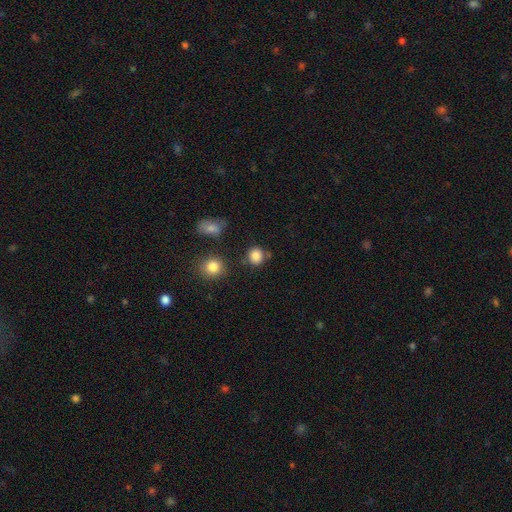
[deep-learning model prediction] smooth-or-featured: smooth: 85% | star or artifact: 11% | featured or disk: 4%
  how-rounded: round: 83% | in between: 16% | cigar-shaped: 1%
  merging: none: 76% | minor disturbance: 12% | merger: 7% | major disturbance: 4%